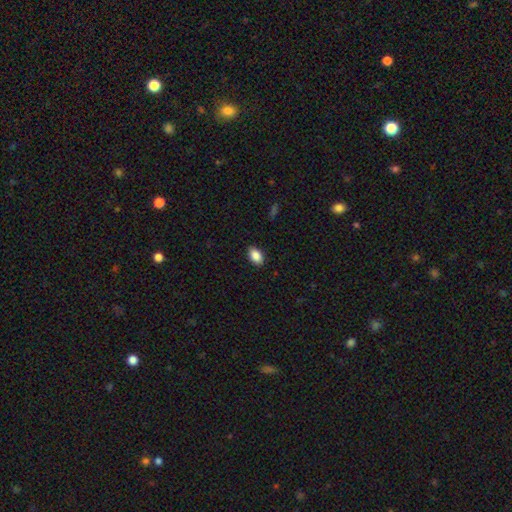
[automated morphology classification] Q: Smooth or featured?
A: smooth (89%); runner-up: star or artifact (7%)
Q: How rounded?
A: in between (91%); runner-up: round (8%)
Q: Merging?
A: none (88%); runner-up: minor disturbance (9%)